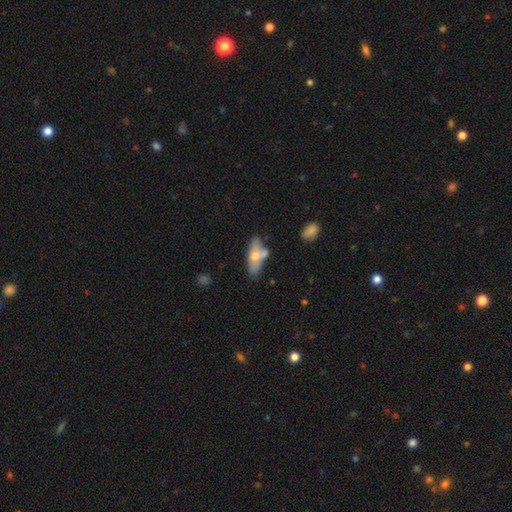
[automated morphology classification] A smooth galaxy with no disk features (57%) that is in between round and cigar-shaped (74%).

Vote fractions:
- Smooth or featured? smooth: 57% / featured or disk: 36% / star or artifact: 7%
- How rounded? in between: 74% / cigar-shaped: 22% / round: 4%
- Merging? none: 48% / merger: 23% / minor disturbance: 21% / major disturbance: 8%